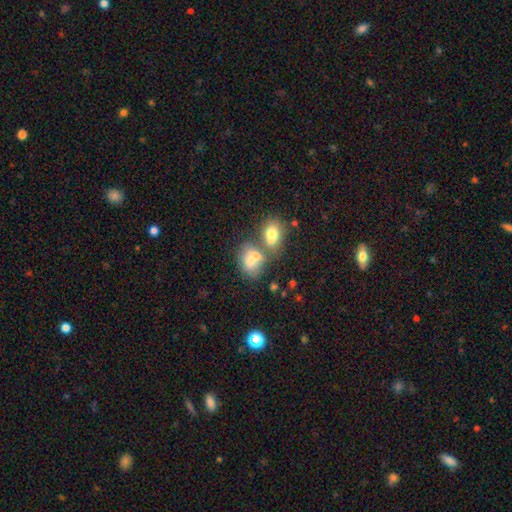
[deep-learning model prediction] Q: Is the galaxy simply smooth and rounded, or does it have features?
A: smooth — 62%.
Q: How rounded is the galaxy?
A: in between — 60%.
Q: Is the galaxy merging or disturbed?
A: merger — 48%.